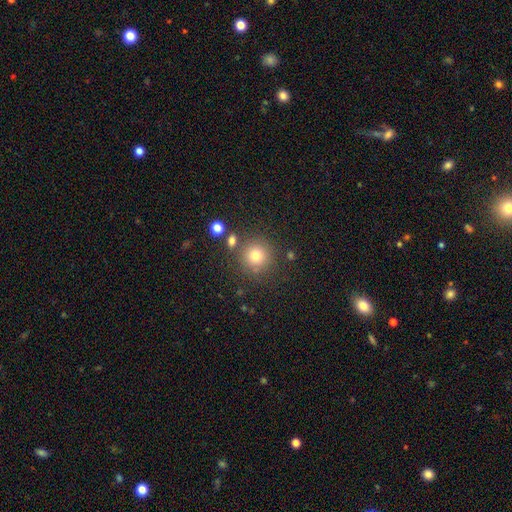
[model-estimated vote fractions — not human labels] This appears to be a smooth galaxy with no disk features (78%) that is round (94%). Merging: none (81%).